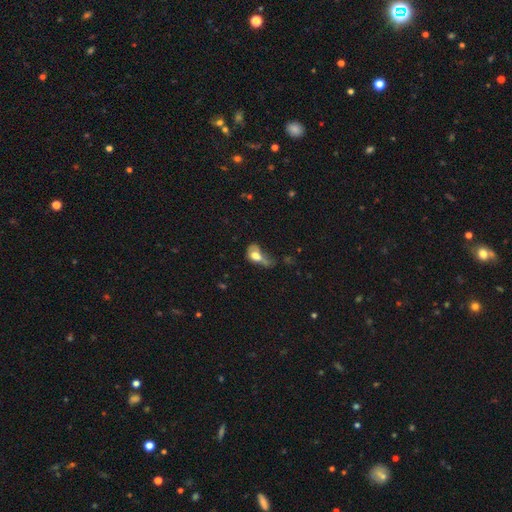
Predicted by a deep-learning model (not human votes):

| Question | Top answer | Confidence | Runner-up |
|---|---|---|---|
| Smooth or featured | smooth | 59% | featured or disk (29%) |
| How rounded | in between | 77% | round (19%) |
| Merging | major disturbance | 48% | merger (21%) |